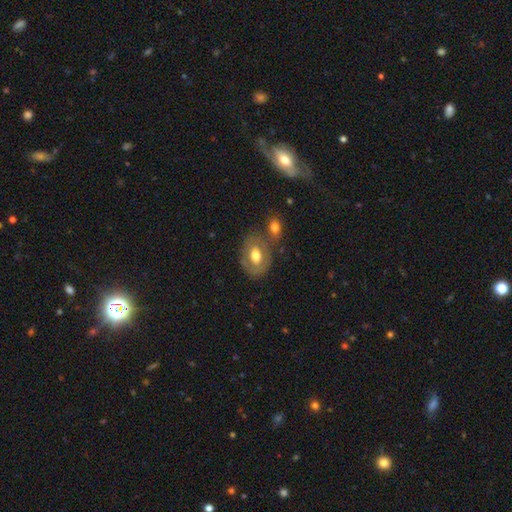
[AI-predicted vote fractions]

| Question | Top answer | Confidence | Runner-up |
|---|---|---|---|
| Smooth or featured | smooth | 50% | featured or disk (43%) |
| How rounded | in between | 72% | round (26%) |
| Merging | none | 56% | merger (21%) |